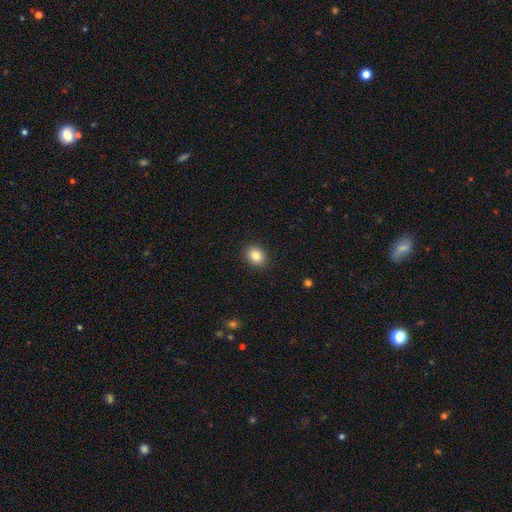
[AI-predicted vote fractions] Morphology: type=smooth (85%); roundness=round (59%); merging=none (90%).